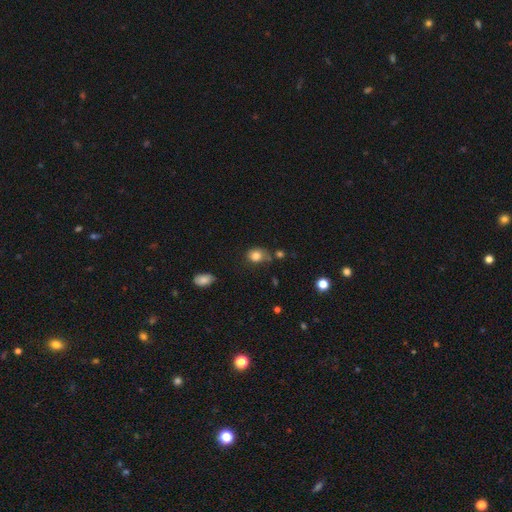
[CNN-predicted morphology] A smooth galaxy with no disk features (81%) that is round (56%).

Vote fractions:
- Smooth or featured? smooth: 81% / star or artifact: 11% / featured or disk: 8%
- How rounded? round: 56% / in between: 43% / cigar-shaped: 1%
- Merging? none: 61% / minor disturbance: 24% / merger: 8% / major disturbance: 7%